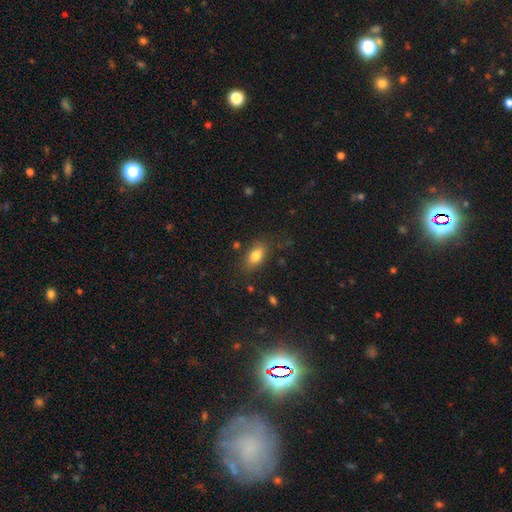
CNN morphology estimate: smooth-or-featured: smooth: 81% | featured or disk: 10% | star or artifact: 9%
  how-rounded: in between: 86% | round: 9% | cigar-shaped: 5%
  merging: none: 79% | minor disturbance: 14% | major disturbance: 4% | merger: 2%